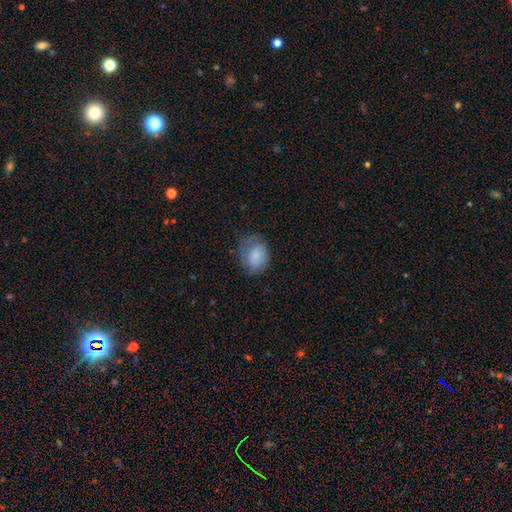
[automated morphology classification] Overall: smooth (76%). How rounded: in between (55%; round 44%). Merging: none (54%; minor disturbance 29%).